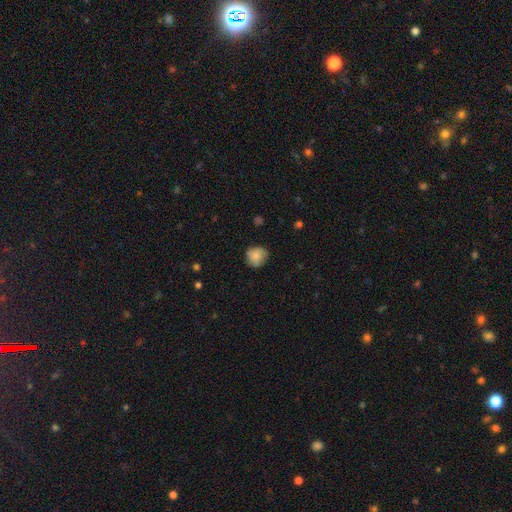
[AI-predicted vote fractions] Q: Smooth or featured?
A: smooth (79%); runner-up: featured or disk (13%)
Q: How rounded?
A: round (86%); runner-up: in between (13%)
Q: Merging?
A: none (77%); runner-up: minor disturbance (18%)